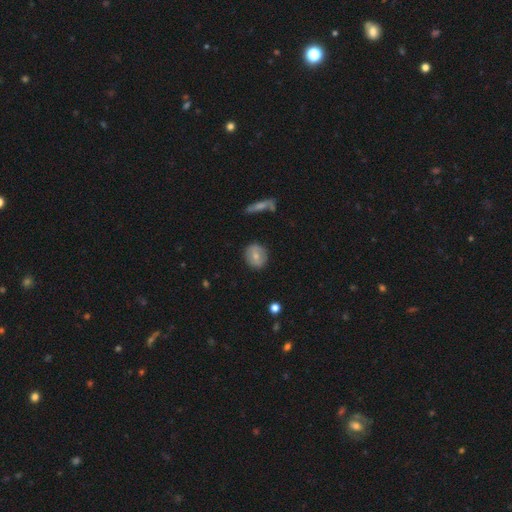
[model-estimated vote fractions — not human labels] Morphology: type=smooth (61%); roundness=round (73%); merging=none (84%).